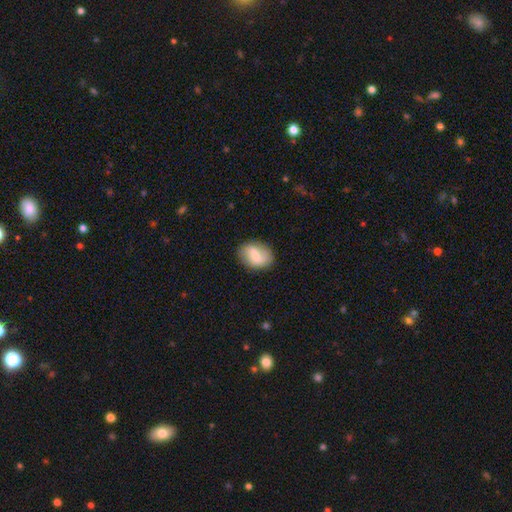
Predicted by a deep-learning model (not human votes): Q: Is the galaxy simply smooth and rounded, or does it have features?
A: smooth — 58%.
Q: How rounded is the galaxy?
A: in between — 72%.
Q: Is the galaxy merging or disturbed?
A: none — 81%.